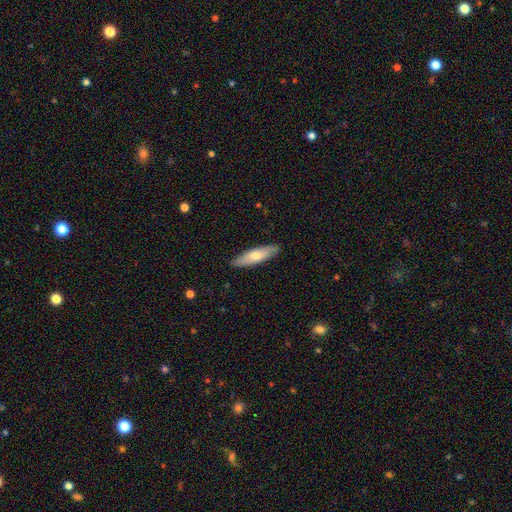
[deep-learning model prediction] A smooth galaxy with no disk features (62%) that is cigar-shaped (67%).

Vote fractions:
- Smooth or featured? smooth: 62% / featured or disk: 33% / star or artifact: 5%
- How rounded? cigar-shaped: 67% / in between: 31% / round: 2%
- Merging? none: 87% / minor disturbance: 10% / major disturbance: 2% / merger: 1%